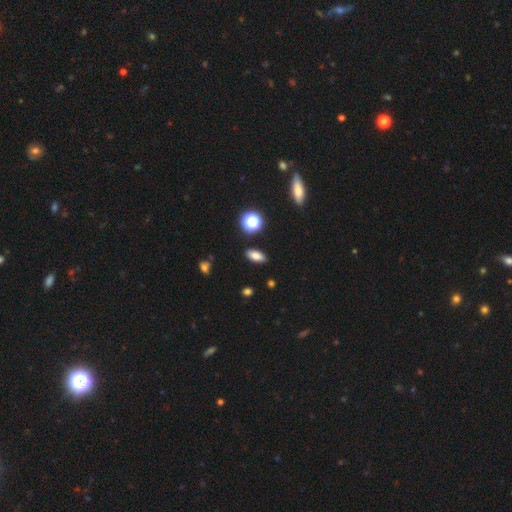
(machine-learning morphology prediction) The model was most divided on "smooth or featured": smooth: 79%, star or artifact: 13%, featured or disk: 8%. More confident: merging — none (88%); how rounded — in between (81%).